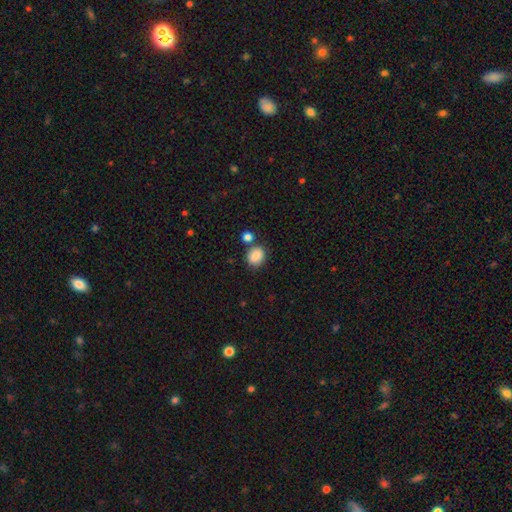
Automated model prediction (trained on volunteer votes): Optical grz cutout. It shows a smooth galaxy with no disk features (87%) that is round (53%). Merging: none (68%).